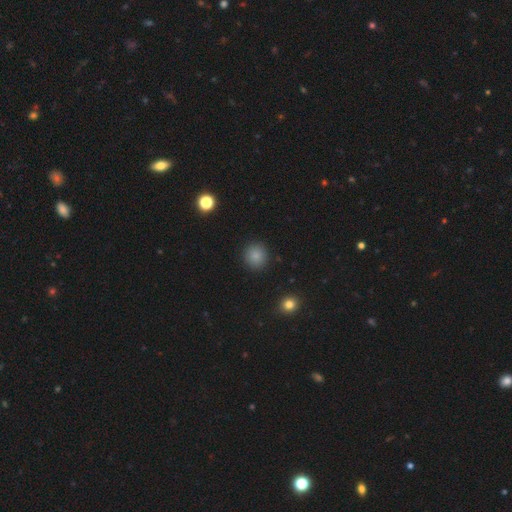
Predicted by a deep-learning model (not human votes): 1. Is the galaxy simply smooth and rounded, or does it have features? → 84% smooth, 11% star or artifact, 4% featured or disk.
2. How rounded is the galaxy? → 91% round, 8% in between, 1% cigar-shaped.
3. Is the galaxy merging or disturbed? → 90% none, 6% minor disturbance, 2% major disturbance, 1% merger.